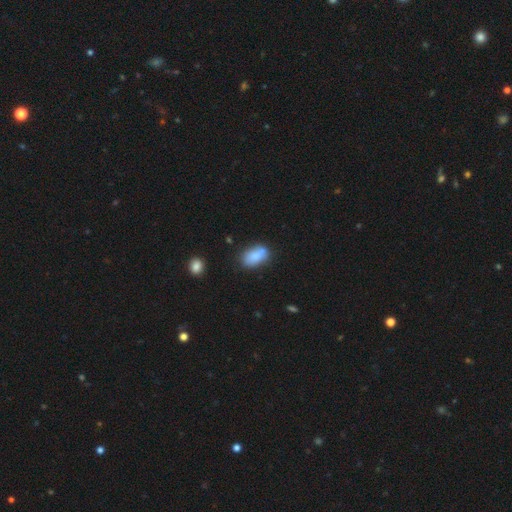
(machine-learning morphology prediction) This appears to be a smooth galaxy with no disk features (82%) that is in between round and cigar-shaped (90%). Merging: none (61%).